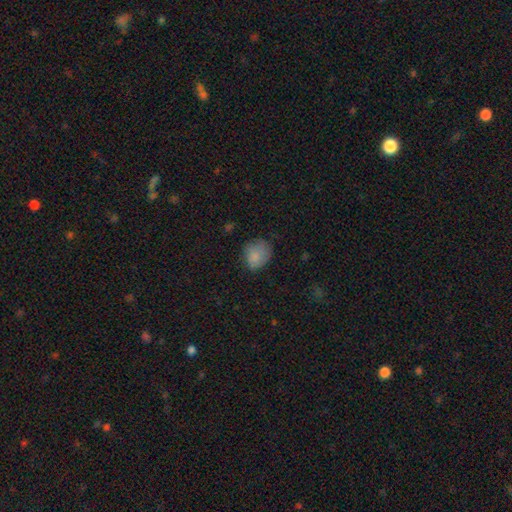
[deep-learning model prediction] This appears to be a smooth galaxy with no disk features (83%) that is round (59%). Merging: none (65%).